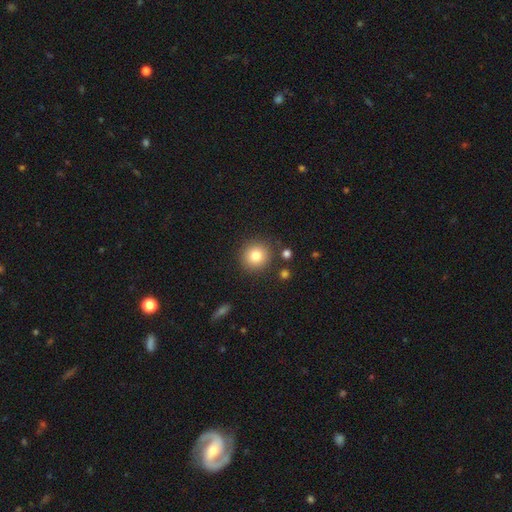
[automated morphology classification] smooth 82%, star or artifact 10%, featured or disk 8%. Down the decision tree: how rounded — round (91%); merging — none (87%).